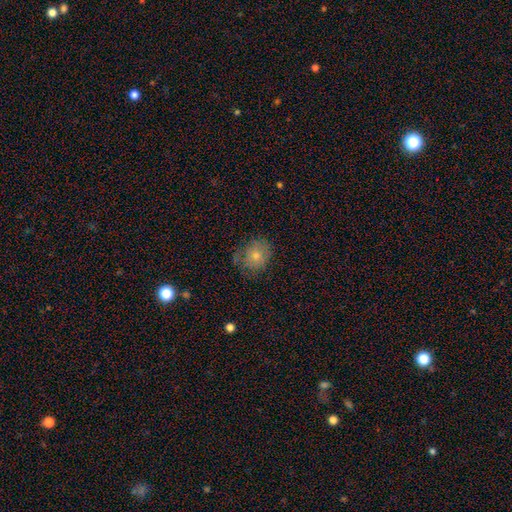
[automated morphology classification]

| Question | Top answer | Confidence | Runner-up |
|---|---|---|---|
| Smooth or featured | smooth | 63% | featured or disk (24%) |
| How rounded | round | 68% | in between (31%) |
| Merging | none | 68% | minor disturbance (22%) |